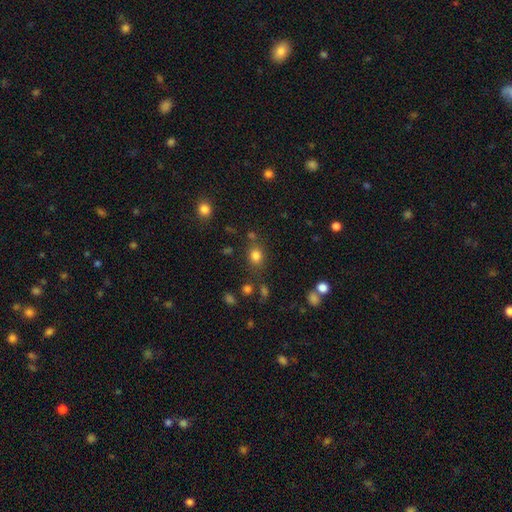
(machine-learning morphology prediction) This is clearly a smooth galaxy (80%). How rounded: likely round (64%). Merging: likely none (73%).